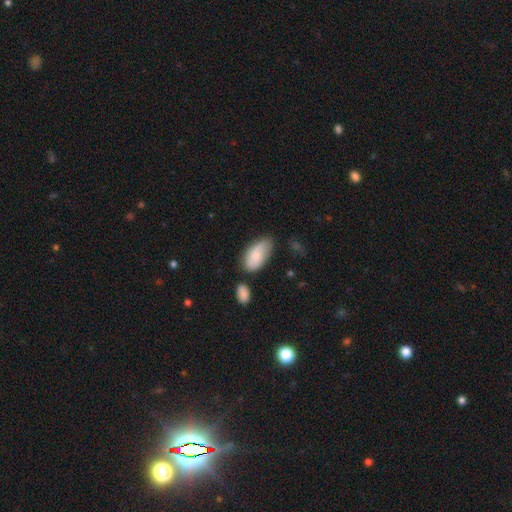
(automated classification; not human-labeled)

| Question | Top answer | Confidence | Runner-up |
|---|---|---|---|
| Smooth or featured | smooth | 77% | featured or disk (17%) |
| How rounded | in between | 94% | cigar-shaped (4%) |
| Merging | none | 58% | minor disturbance (27%) |